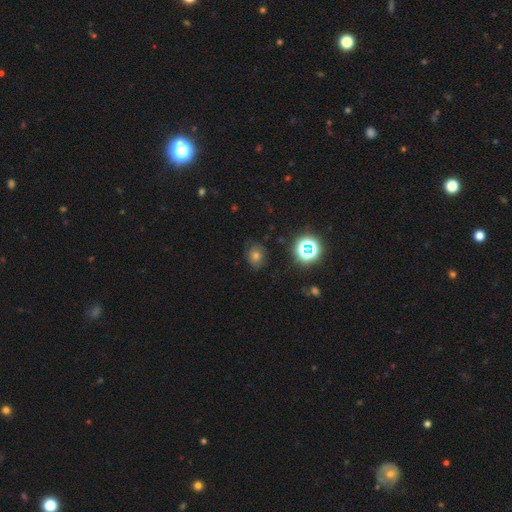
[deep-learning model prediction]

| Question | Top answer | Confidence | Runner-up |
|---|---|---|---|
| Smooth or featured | smooth | 63% | star or artifact (24%) |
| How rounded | round | 66% | in between (33%) |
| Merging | none | 78% | minor disturbance (16%) |